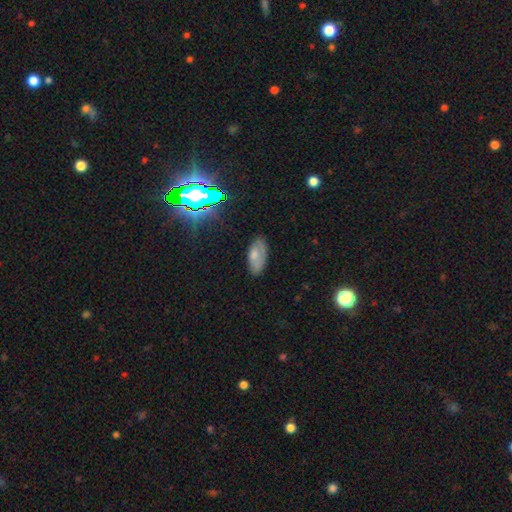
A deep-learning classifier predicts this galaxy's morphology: smooth 66%, featured or disk 24%, star or artifact 11%. Down the decision tree: how rounded — in between (91%); merging — none (69%).